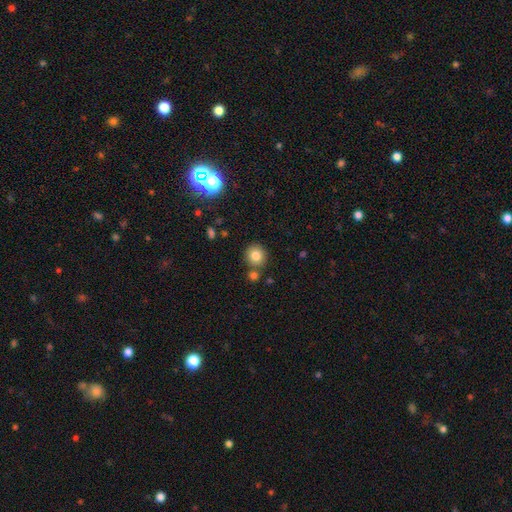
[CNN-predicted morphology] Q: Smooth or featured?
A: smooth (82%); runner-up: star or artifact (11%)
Q: How rounded?
A: round (90%); runner-up: in between (9%)
Q: Merging?
A: none (77%); runner-up: merger (12%)